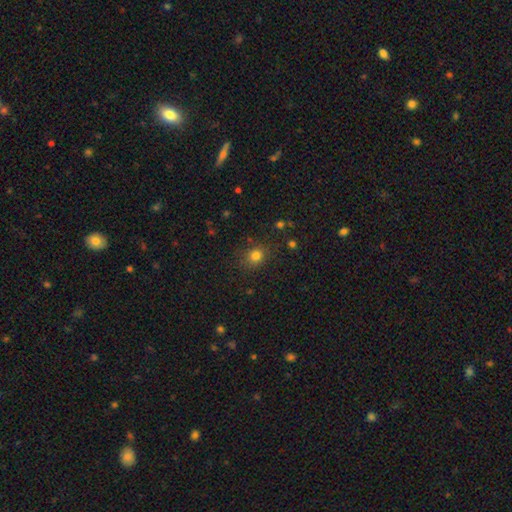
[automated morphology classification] type=smooth (79%); roundness=round (74%); merging=none (83%).